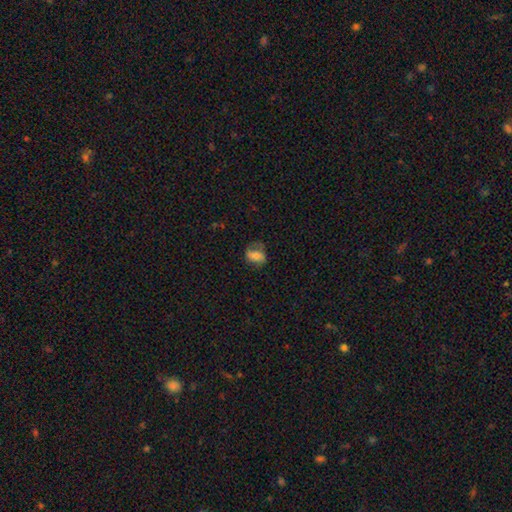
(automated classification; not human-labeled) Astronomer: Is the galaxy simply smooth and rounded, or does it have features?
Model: smooth — 65%.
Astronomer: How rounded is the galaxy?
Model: in between — 72%.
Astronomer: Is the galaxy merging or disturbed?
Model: none — 50% (runner-up: minor disturbance, 28%).